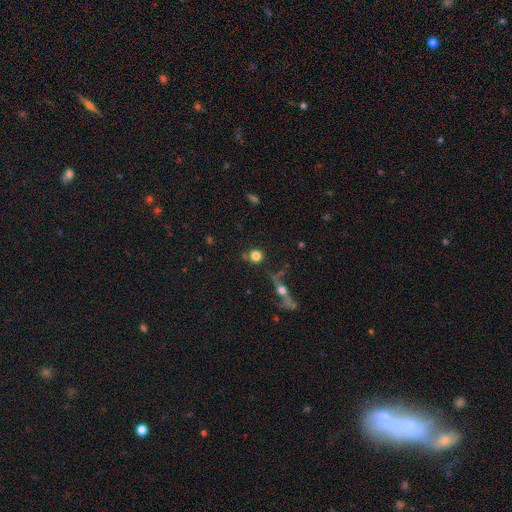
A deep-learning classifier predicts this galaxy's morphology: Q: Smooth or featured?
A: smooth (79%); runner-up: star or artifact (11%)
Q: How rounded?
A: round (93%); runner-up: in between (6%)
Q: Merging?
A: none (76%); runner-up: minor disturbance (10%)